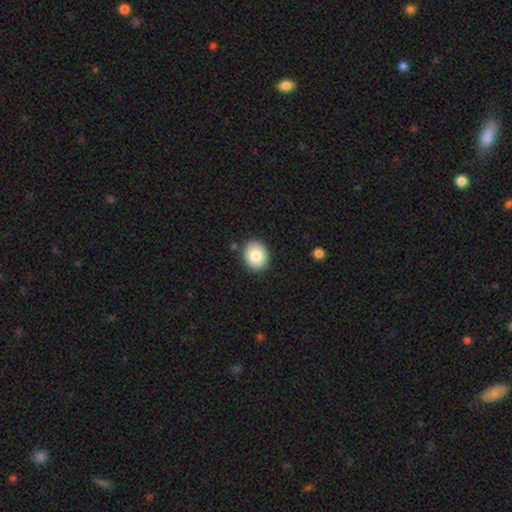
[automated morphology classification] type=smooth (81%); roundness=round (59%); merging=none (87%).